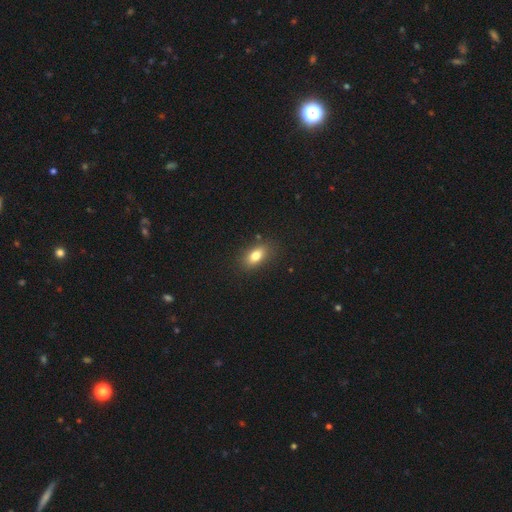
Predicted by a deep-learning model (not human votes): This is clearly a smooth galaxy (81%). How rounded: clearly in between (85%). Merging: clearly none (85%).